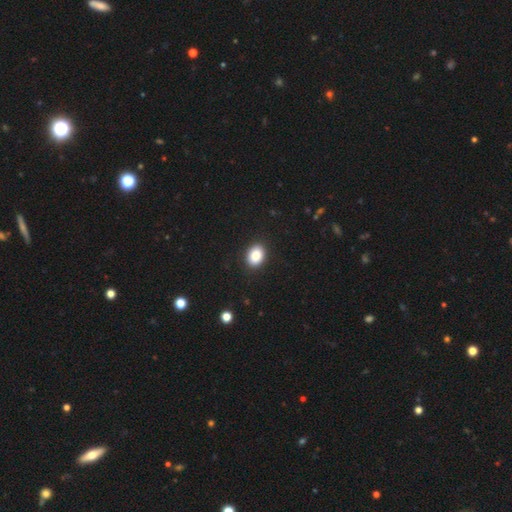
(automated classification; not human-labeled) A smooth galaxy with no disk features (86%) that is in between round and cigar-shaped (67%).

Vote fractions:
- Smooth or featured? smooth: 86% / star or artifact: 9% / featured or disk: 5%
- How rounded? in between: 67% / round: 32% / cigar-shaped: 1%
- Merging? none: 90% / minor disturbance: 7% / major disturbance: 2% / merger: 1%